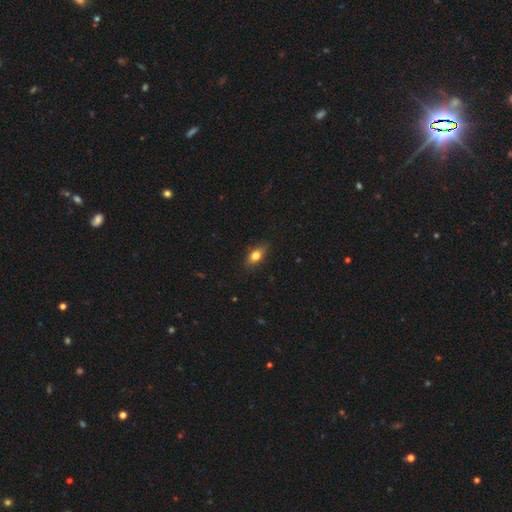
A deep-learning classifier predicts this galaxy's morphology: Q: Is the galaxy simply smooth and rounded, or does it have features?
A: smooth — 73%.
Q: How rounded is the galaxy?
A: in between — 79%.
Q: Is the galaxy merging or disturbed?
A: none — 85%.